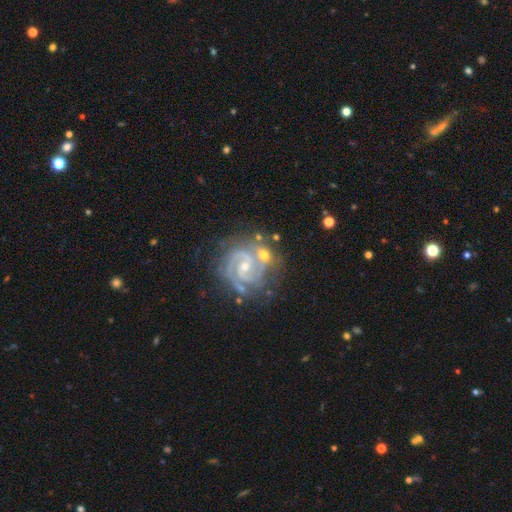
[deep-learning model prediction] Morphology: type=featured or disk (76%); edge-on=no (97%); bar=no (42%); spiral arms=yes (88%); winding=tight (58%); arm count=2 (36%); bulge=small (68%); merging=none (68%).